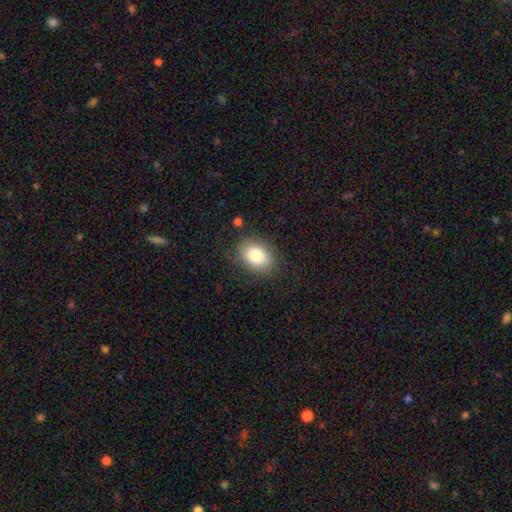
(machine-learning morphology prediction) A smooth galaxy with no disk features (82%) that is in between round and cigar-shaped (75%). Merging: none (81%).